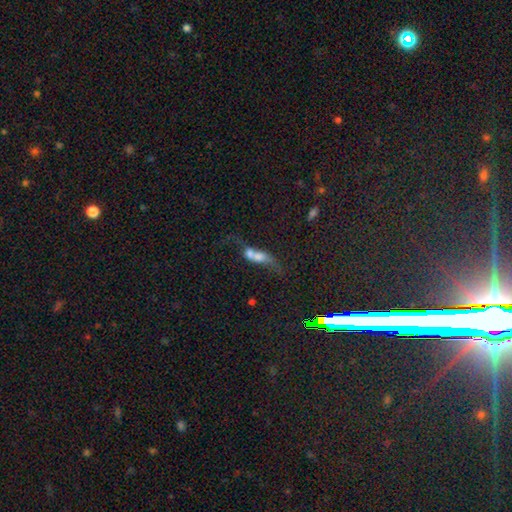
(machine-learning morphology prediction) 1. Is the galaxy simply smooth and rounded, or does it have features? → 52% smooth, 35% featured or disk, 13% star or artifact.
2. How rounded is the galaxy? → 58% in between, 24% cigar-shaped, 17% round.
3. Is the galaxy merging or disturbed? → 69% merger, 13% none, 11% major disturbance, 7% minor disturbance.